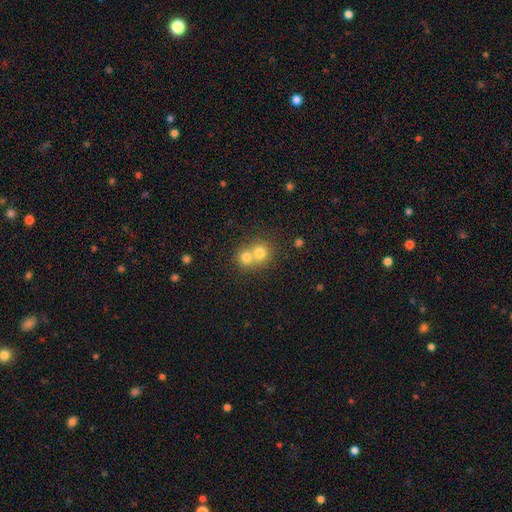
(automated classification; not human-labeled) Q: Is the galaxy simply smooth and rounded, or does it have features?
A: smooth — 71%.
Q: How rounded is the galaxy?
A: round — 83%.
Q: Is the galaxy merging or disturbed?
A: merger — 61%.